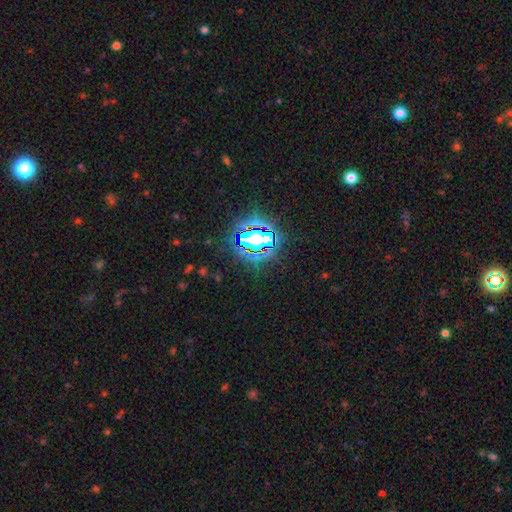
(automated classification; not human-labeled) A star or artifact, not a galaxy (75%).

Vote fractions:
- Smooth or featured? star or artifact: 75% / smooth: 14% / featured or disk: 11%